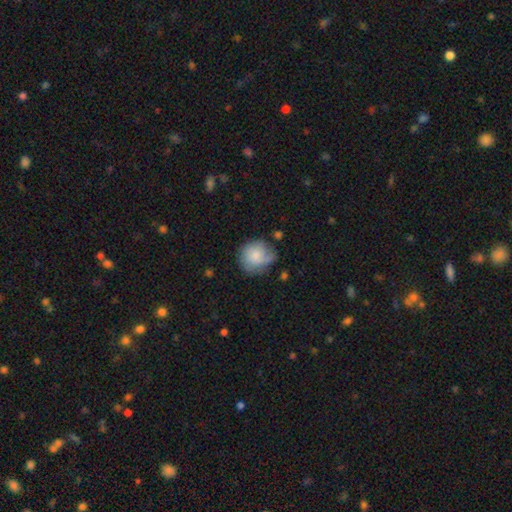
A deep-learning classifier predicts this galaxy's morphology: A smooth galaxy with no disk features (74%) that is round (82%).

Vote fractions:
- Smooth or featured? smooth: 74% / featured or disk: 19% / star or artifact: 8%
- How rounded? round: 82% / in between: 17% / cigar-shaped: 1%
- Merging? none: 53% / minor disturbance: 30% / major disturbance: 13% / merger: 4%